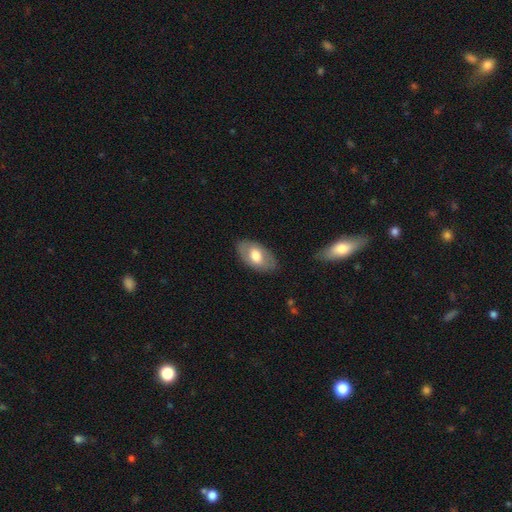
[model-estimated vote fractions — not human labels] A smooth galaxy with no disk features (60%) that is in between round and cigar-shaped (93%). Merging: none (82%).